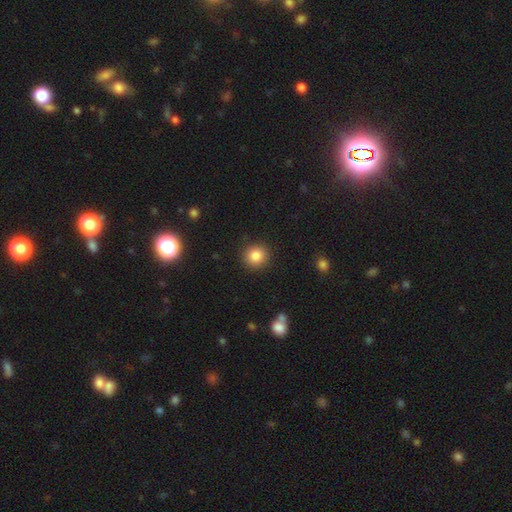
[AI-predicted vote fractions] smooth_or_featured: smooth (p=0.84) [alt: star or artifact p=0.10]
how_rounded: round (p=0.91) [alt: in between p=0.08]
merging: none (p=0.90) [alt: minor disturbance p=0.06]